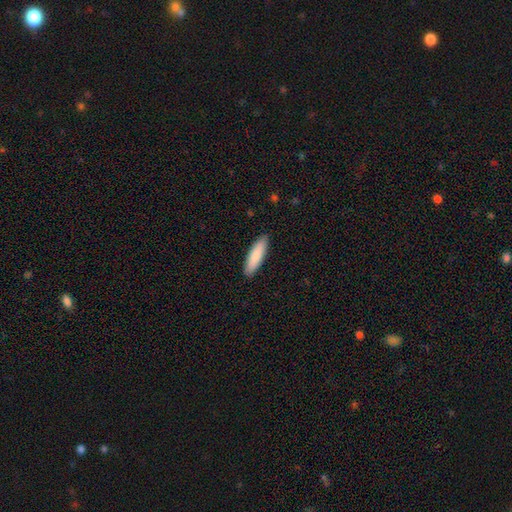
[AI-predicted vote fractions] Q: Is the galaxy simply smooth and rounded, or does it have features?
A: smooth — 86%.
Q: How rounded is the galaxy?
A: cigar-shaped — 61%.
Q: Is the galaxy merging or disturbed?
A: none — 90%.